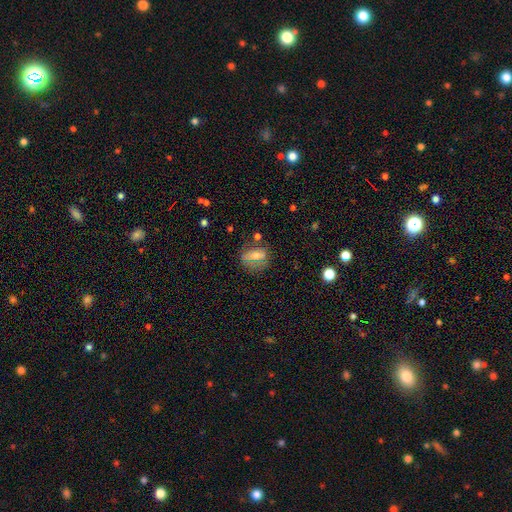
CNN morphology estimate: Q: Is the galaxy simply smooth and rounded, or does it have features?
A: smooth — 56%.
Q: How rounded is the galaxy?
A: in between — 58%.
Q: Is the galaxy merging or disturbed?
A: none — 61%.